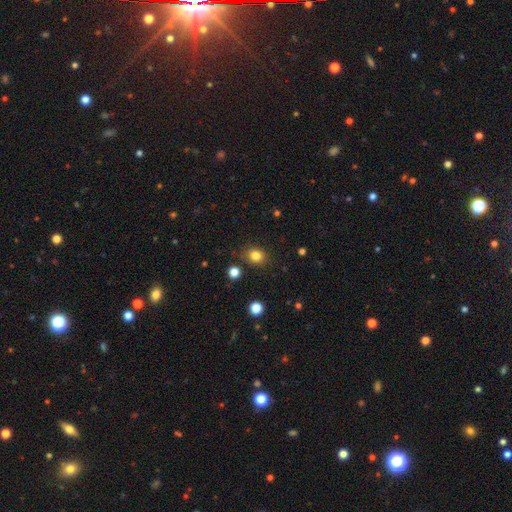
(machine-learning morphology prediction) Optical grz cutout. It shows a smooth galaxy with no disk features (82%) that is round (66%). Merging: none (84%).